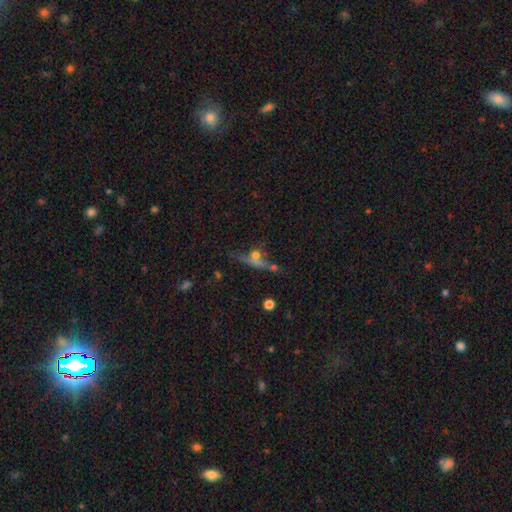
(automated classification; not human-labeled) Smooth or featured? smooth (40%)
Merging? none (49%)